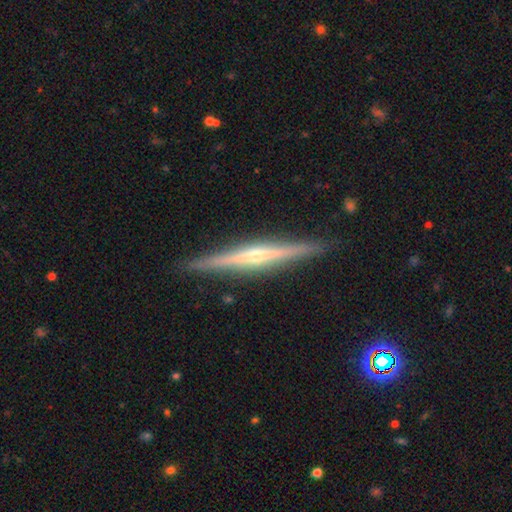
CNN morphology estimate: smooth_or_featured: featured or disk (p=0.80) [alt: smooth p=0.14]
disk_edge_on: yes (p=0.98) [alt: no p=0.02]
edge_on_bulge: rounded (p=0.75) [alt: none p=0.20]
merging: none (p=0.91) [alt: minor disturbance p=0.06]